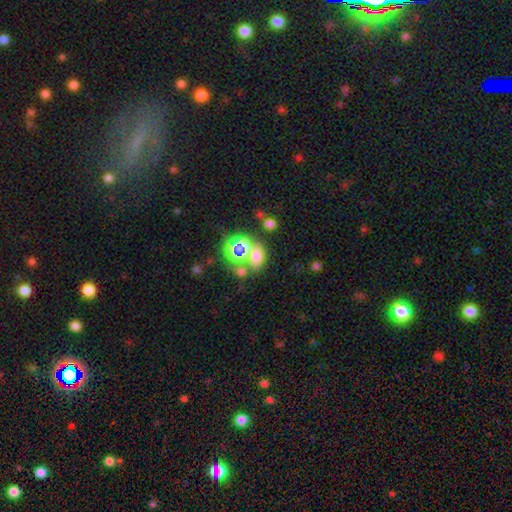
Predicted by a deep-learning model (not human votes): Smooth or featured?
  - smooth: 58% *
  - star or artifact: 33%
  - featured or disk: 9%
How rounded?
  - in between: 67% *
  - round: 31%
  - cigar-shaped: 3%
Merging?
  - none: 57% *
  - merger: 24%
  - minor disturbance: 12%
  - major disturbance: 6%